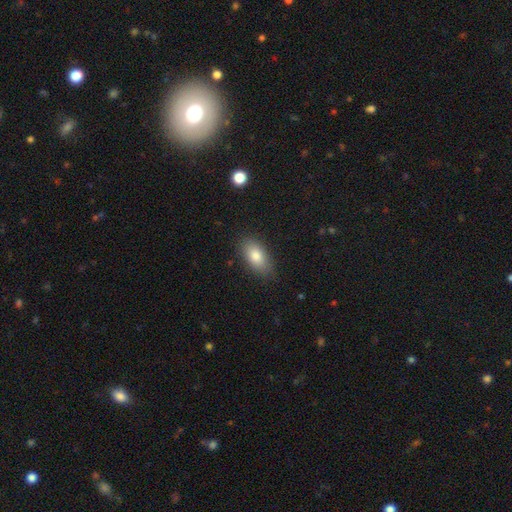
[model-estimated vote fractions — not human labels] This is clearly a smooth galaxy (81%). How rounded: clearly in between (91%). Merging: clearly none (84%).